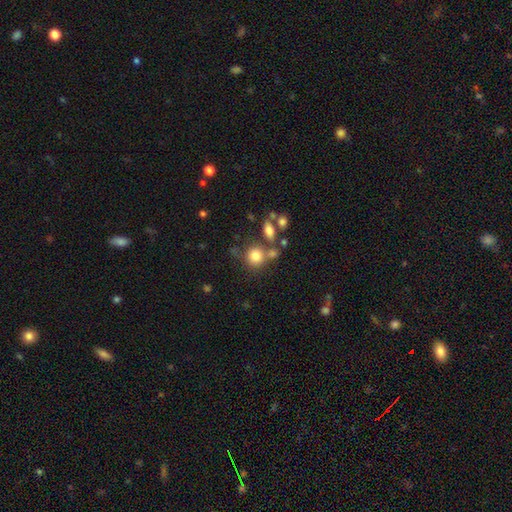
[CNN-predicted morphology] Smooth or featured? smooth (79%)
How rounded? round (84%)
Merging? none (60%)